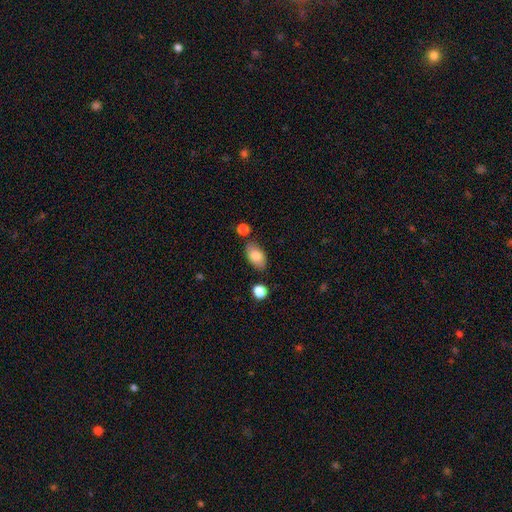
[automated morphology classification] type=smooth (82%); roundness=in between (92%); merging=none (77%).